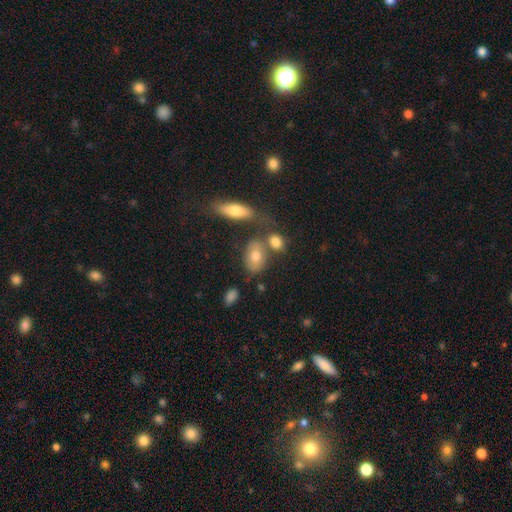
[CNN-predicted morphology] A smooth galaxy with no disk features (72%) that is in between round and cigar-shaped (82%).

Vote fractions:
- Smooth or featured? smooth: 72% / featured or disk: 19% / star or artifact: 10%
- How rounded? in between: 82% / round: 15% / cigar-shaped: 3%
- Merging? none: 56% / merger: 22% / minor disturbance: 16% / major disturbance: 6%